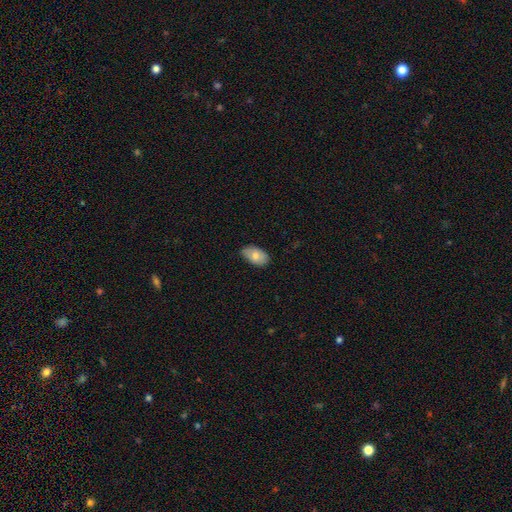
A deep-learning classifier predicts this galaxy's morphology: Overall: smooth (76%). How rounded: in between (92%). Merging: none (76%).